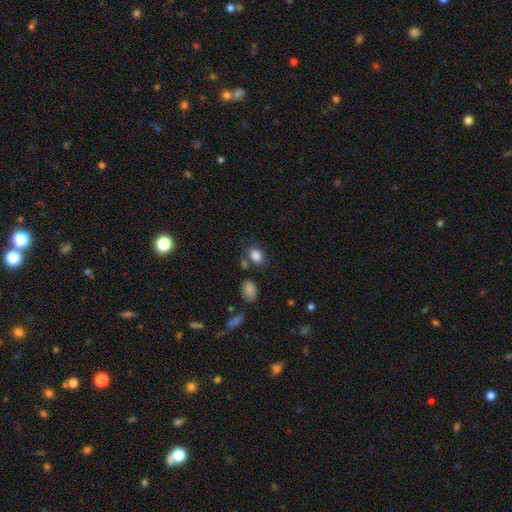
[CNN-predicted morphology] A smooth galaxy with no disk features (85%) that is in between round and cigar-shaped (59%).

Vote fractions:
- Smooth or featured? smooth: 85% / star or artifact: 10% / featured or disk: 5%
- How rounded? in between: 59% / round: 40% / cigar-shaped: 1%
- Merging? none: 70% / minor disturbance: 15% / merger: 10% / major disturbance: 5%